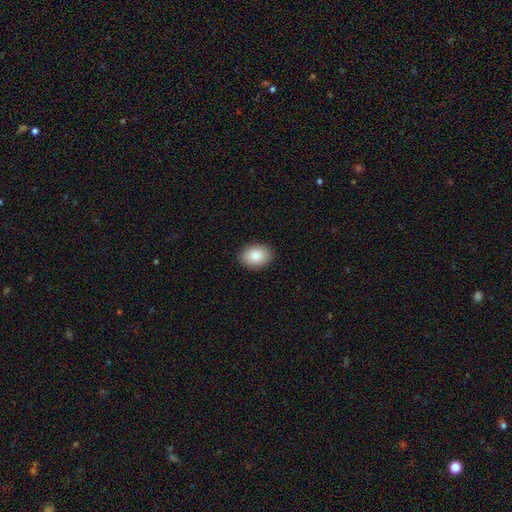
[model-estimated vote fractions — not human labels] Smooth or featured? Predicted: smooth (p=0.87). How rounded? Predicted: in between (p=0.76). Merging? Predicted: none (p=0.90).